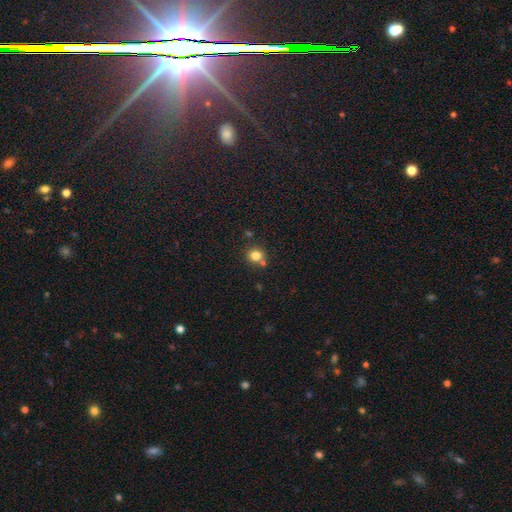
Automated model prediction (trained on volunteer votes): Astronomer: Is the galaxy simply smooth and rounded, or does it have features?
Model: smooth — 80%.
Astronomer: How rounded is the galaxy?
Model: round — 84%.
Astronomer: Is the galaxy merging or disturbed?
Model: none — 69%.